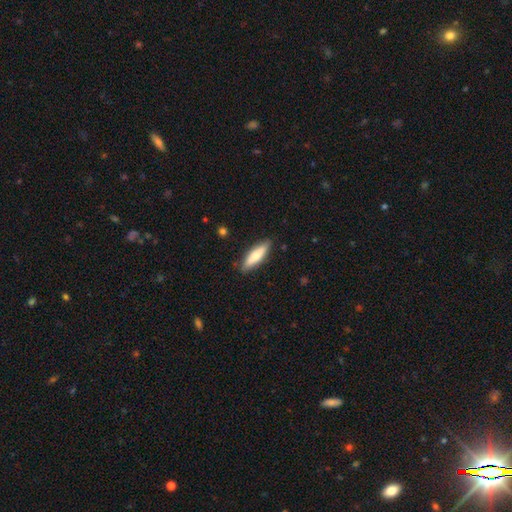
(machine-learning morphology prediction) Smooth or featured: smooth — 68% (featured or disk — 27%)
How rounded: cigar-shaped — 62% (in between — 36%)
Merging: none — 87% (minor disturbance — 10%)